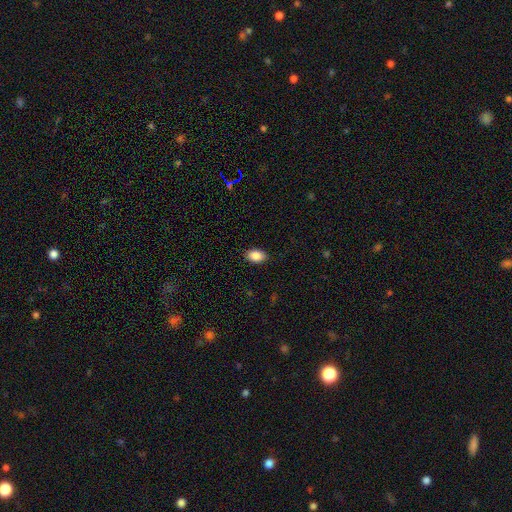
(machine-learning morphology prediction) Q: Smooth or featured?
A: smooth (88%); runner-up: star or artifact (8%)
Q: How rounded?
A: in between (87%); runner-up: round (12%)
Q: Merging?
A: none (88%); runner-up: minor disturbance (9%)